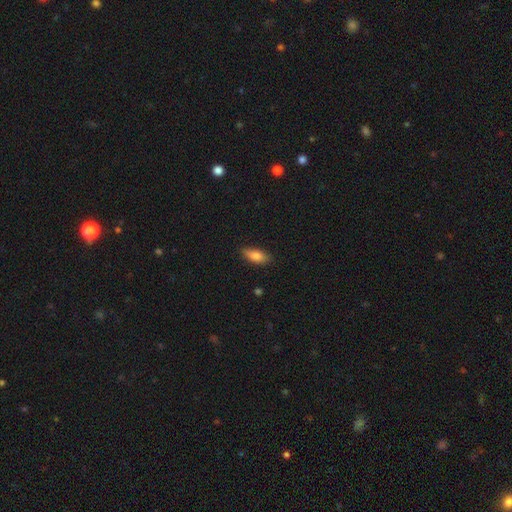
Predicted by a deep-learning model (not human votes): smooth 81%, featured or disk 12%, star or artifact 7%. Down the decision tree: how rounded — in between (77%); merging — none (79%).